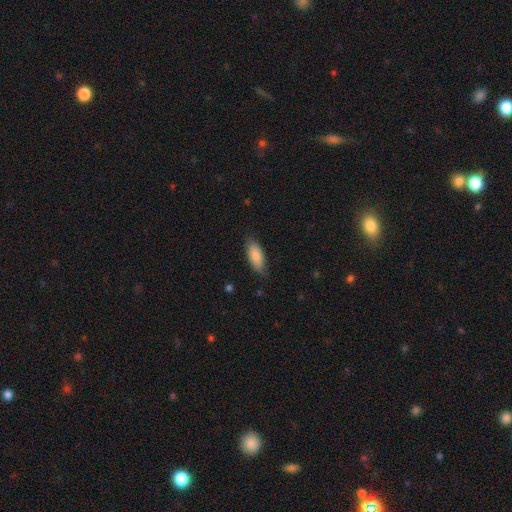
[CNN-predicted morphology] Smooth or featured?
  - smooth: 85% *
  - featured or disk: 9%
  - star or artifact: 6%
How rounded?
  - in between: 80% *
  - cigar-shaped: 18%
  - round: 2%
Merging?
  - none: 78% *
  - minor disturbance: 18%
  - major disturbance: 3%
  - merger: 1%